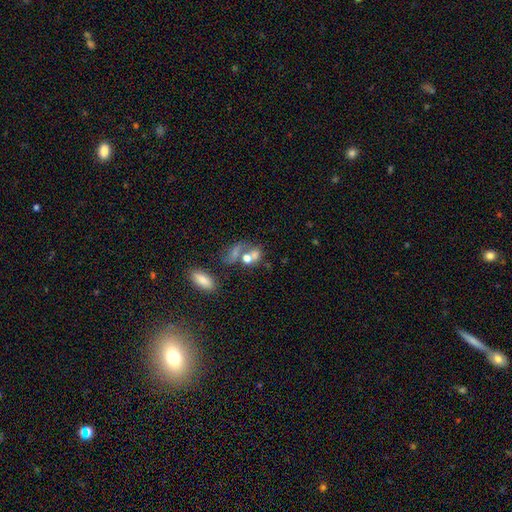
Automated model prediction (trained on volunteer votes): Smooth or featured?
  - smooth: 35% *
  - star or artifact: 34%
  - featured or disk: 31%
Merging?
  - none: 59% *
  - merger: 20%
  - minor disturbance: 13%
  - major disturbance: 9%